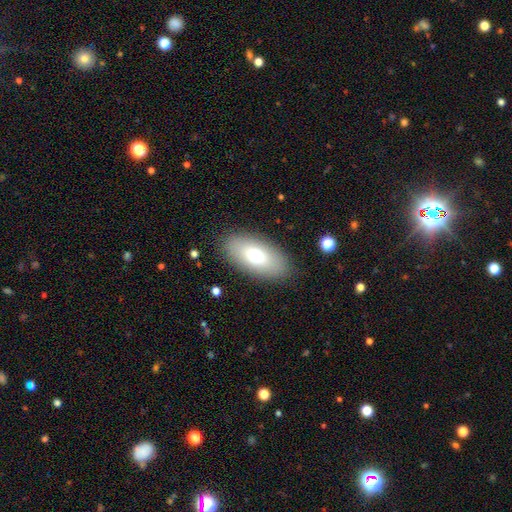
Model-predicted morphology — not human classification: A smooth galaxy with no disk features (70%) that is in between round and cigar-shaped (91%). Merging: none (86%).